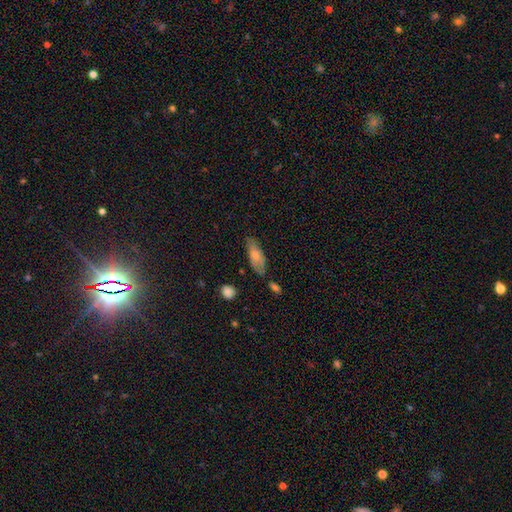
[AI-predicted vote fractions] This appears to be a smooth galaxy with no disk features (70%) that is in between round and cigar-shaped (72%). Merging: none (68%).